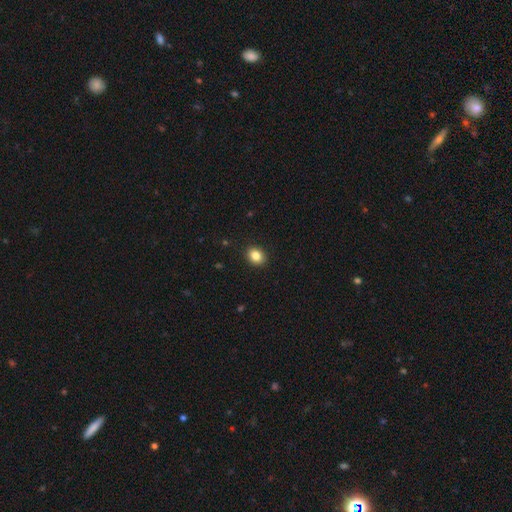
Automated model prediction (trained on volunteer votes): Overall: smooth (85%). How rounded: in between (51%; round 48%). Merging: none (91%).